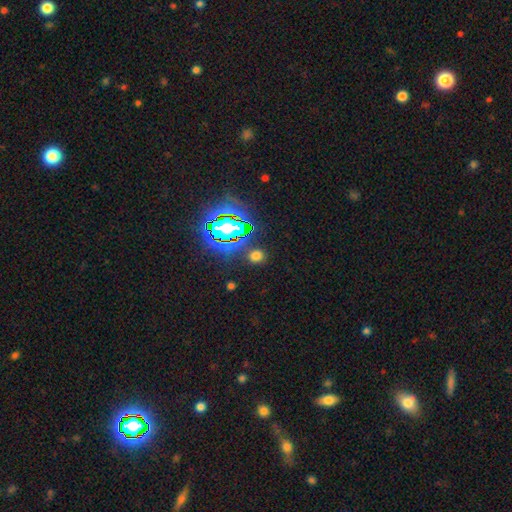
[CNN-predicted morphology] type=smooth (58%); roundness=round (75%); merging=none (84%).